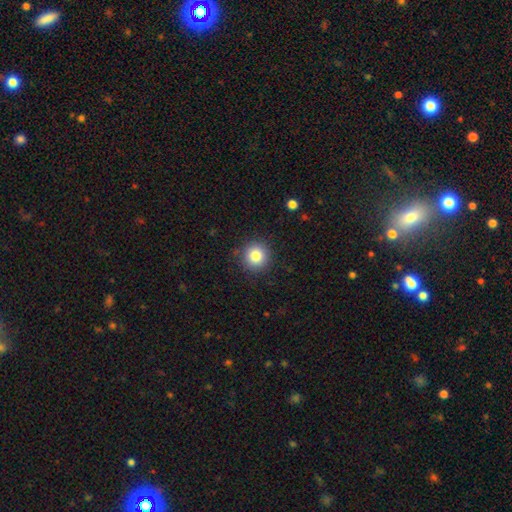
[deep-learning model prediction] Morphology: type=smooth (82%); roundness=round (94%); merging=none (89%).